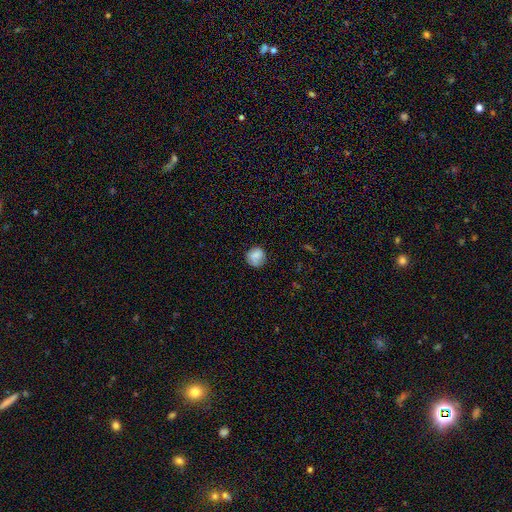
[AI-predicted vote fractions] Morphology: type=smooth (81%); roundness=round (89%); merging=none (75%).